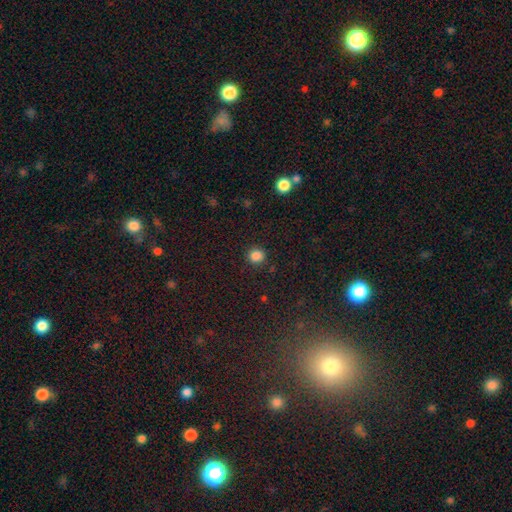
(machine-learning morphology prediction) Smooth or featured? smooth (85%)
How rounded? round (89%)
Merging? none (90%)